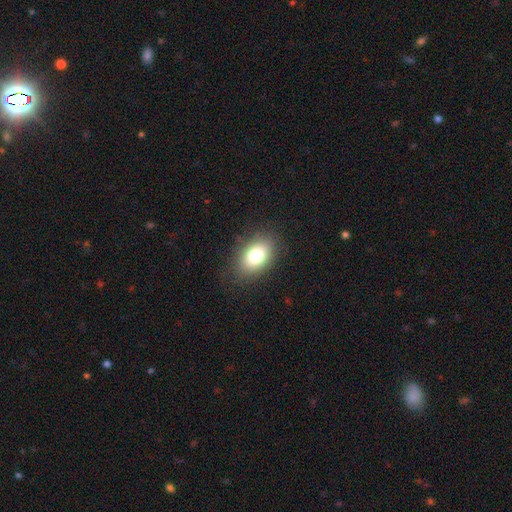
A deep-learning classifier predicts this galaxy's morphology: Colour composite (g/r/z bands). It shows a smooth galaxy with no disk features (80%) that is in between round and cigar-shaped (85%). Merging: none (85%).